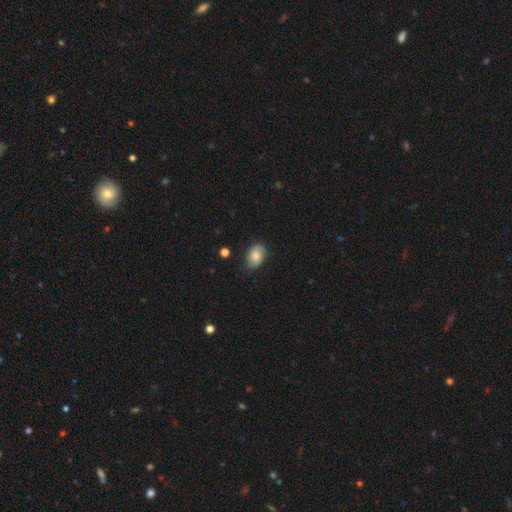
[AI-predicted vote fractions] Overall: smooth (79%). How rounded: in between (85%). Merging: none (76%).